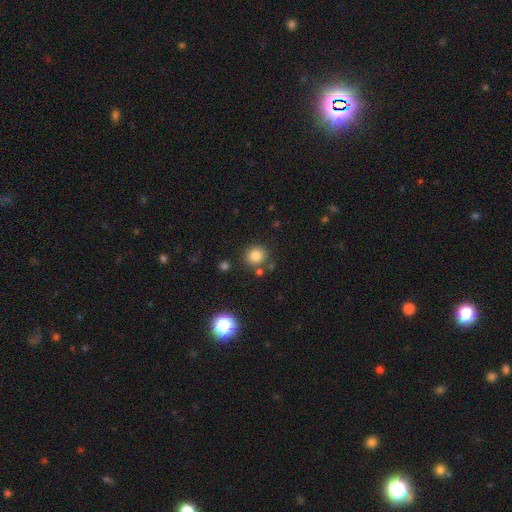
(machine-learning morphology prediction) Q: Smooth or featured?
A: smooth (81%); runner-up: star or artifact (13%)
Q: How rounded?
A: round (86%); runner-up: in between (13%)
Q: Merging?
A: none (82%); runner-up: minor disturbance (9%)